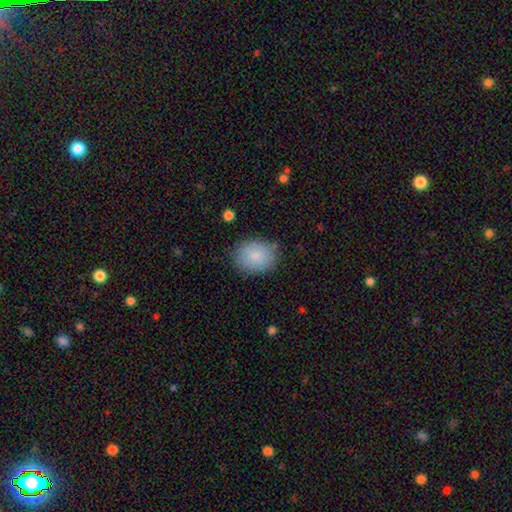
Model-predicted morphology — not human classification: smooth_or_featured: smooth (p=0.85) [alt: featured or disk p=0.08]
how_rounded: in between (p=0.52) [alt: round p=0.47]
merging: none (p=0.81) [alt: minor disturbance p=0.14]